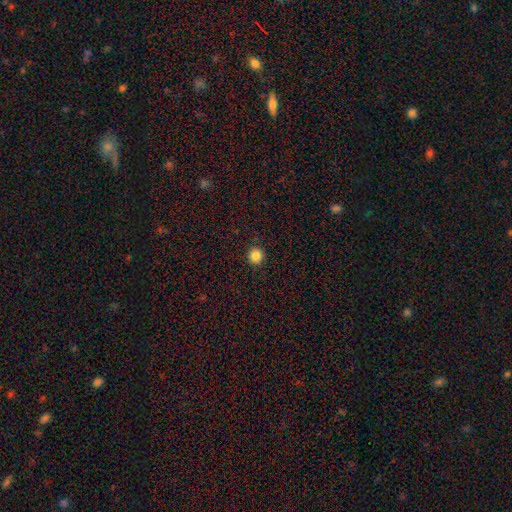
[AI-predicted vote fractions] Smooth or featured? Predicted: smooth (p=0.85). How rounded? Predicted: round (p=0.93). Merging? Predicted: none (p=0.92).